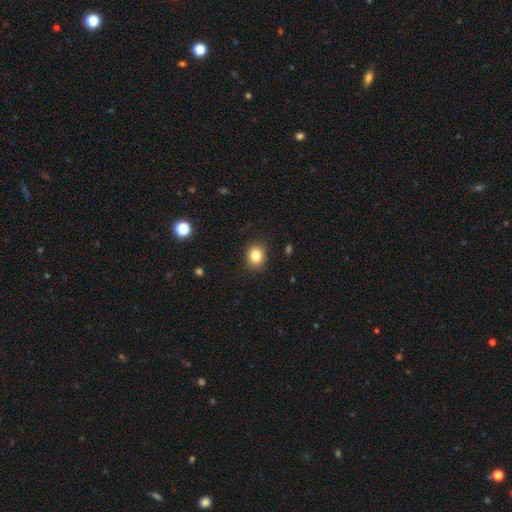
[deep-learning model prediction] smooth-or-featured: smooth: 82% | star or artifact: 11% | featured or disk: 7%
  how-rounded: round: 74% | in between: 25% | cigar-shaped: 1%
  merging: none: 90% | minor disturbance: 7% | major disturbance: 2% | merger: 1%